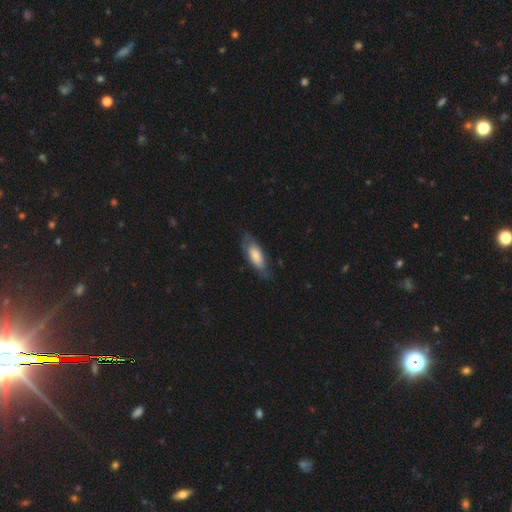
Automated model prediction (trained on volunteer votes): Smooth or featured?
  - smooth: 68% *
  - featured or disk: 26%
  - star or artifact: 6%
How rounded?
  - in between: 73% *
  - cigar-shaped: 24%
  - round: 2%
Merging?
  - none: 68% *
  - minor disturbance: 23%
  - major disturbance: 8%
  - merger: 1%